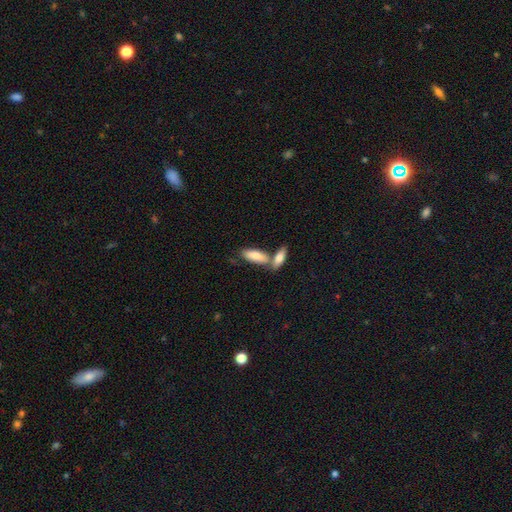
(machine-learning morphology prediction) smooth_or_featured: smooth (p=0.79) [alt: featured or disk p=0.15]
how_rounded: in between (p=0.74) [alt: cigar-shaped p=0.24]
merging: none (p=0.45) [alt: merger p=0.41]